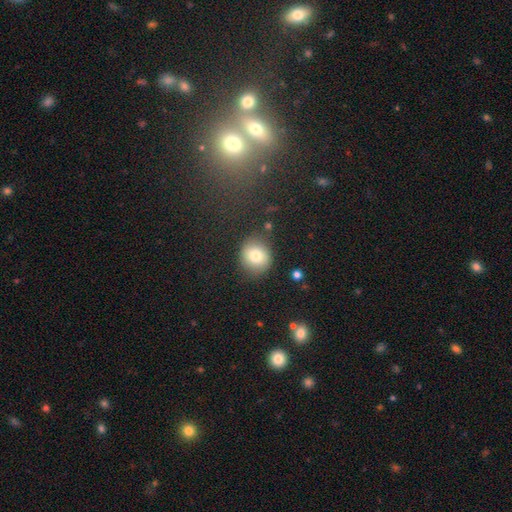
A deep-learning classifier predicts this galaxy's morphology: Smooth or featured: smooth — 80% (star or artifact — 10%)
How rounded: round — 80% (in between — 19%)
Merging: none — 82% (minor disturbance — 11%)